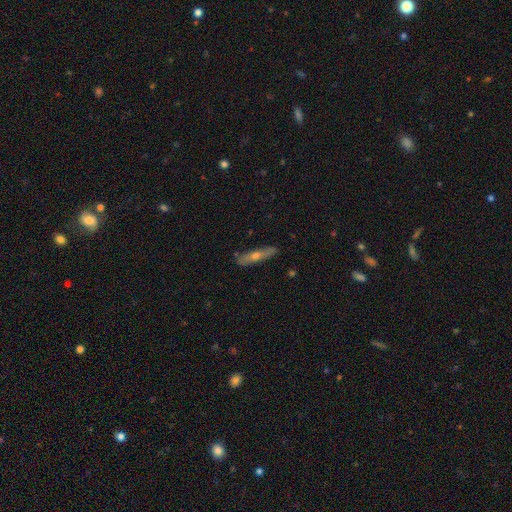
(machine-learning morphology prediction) smooth_or_featured: featured or disk (p=0.54) [alt: smooth p=0.39]
disk_edge_on: yes (p=0.80) [alt: no p=0.20]
merging: none (p=0.84) [alt: minor disturbance p=0.12]